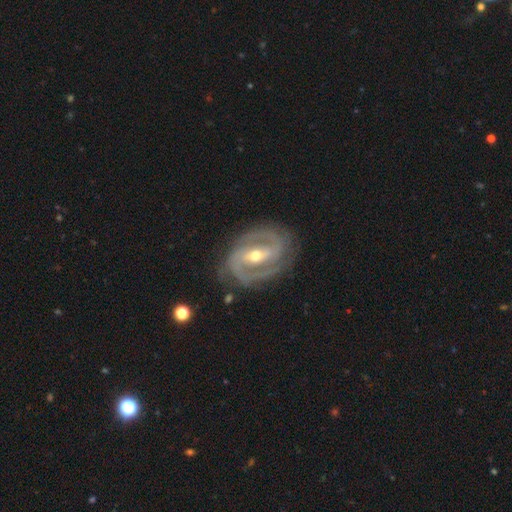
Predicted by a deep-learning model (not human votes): Morphology: type=featured or disk (92%); edge-on=no (97%); bar=strong (50%); spiral arms=yes (97%); winding=tight (52%); arm count=2 (83%); bulge=moderate (60%); merging=none (78%).